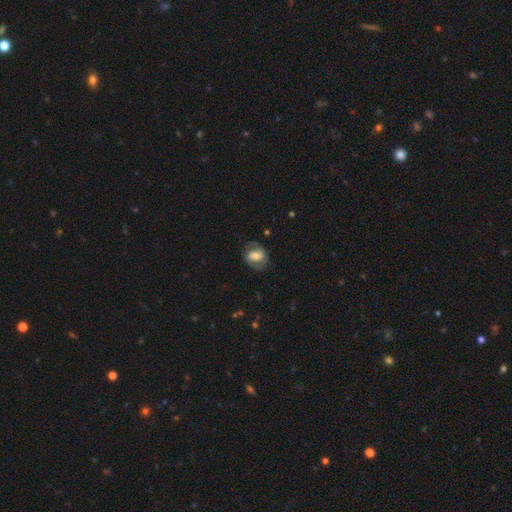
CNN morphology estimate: The model was most divided on "smooth or featured": featured or disk: 51%, smooth: 41%, star or artifact: 8%. More confident: edge-on disk — no (96%); merging — none (68%).